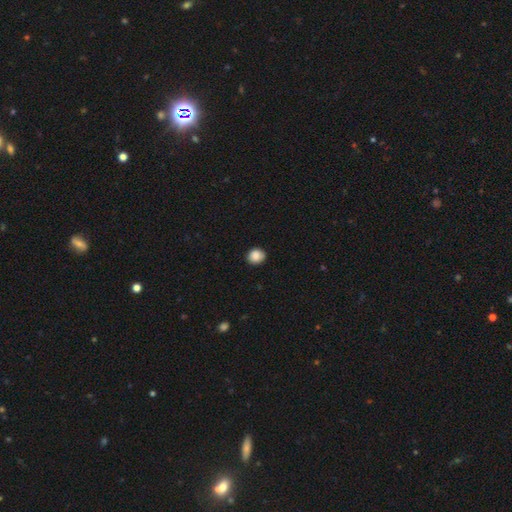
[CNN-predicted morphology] Q: Smooth or featured?
A: smooth (87%); runner-up: star or artifact (9%)
Q: How rounded?
A: round (80%); runner-up: in between (19%)
Q: Merging?
A: none (87%); runner-up: minor disturbance (10%)